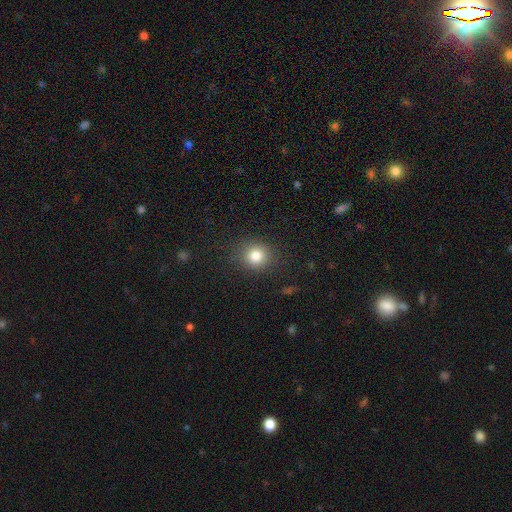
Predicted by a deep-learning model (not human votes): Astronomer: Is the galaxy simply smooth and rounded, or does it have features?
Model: smooth — 82%.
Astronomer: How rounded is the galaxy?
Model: round — 82%.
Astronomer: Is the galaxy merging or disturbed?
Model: none — 87%.